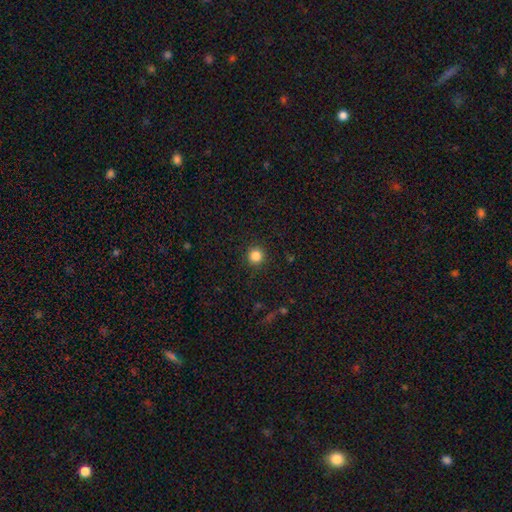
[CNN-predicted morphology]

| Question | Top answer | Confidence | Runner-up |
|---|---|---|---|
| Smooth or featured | smooth | 85% | star or artifact (11%) |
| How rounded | round | 95% | in between (4%) |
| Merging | none | 92% | minor disturbance (5%) |